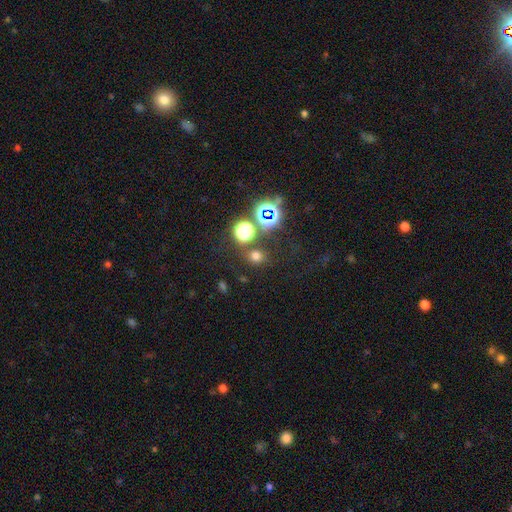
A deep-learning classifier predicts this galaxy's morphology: A smooth galaxy with no disk features (64%) that is round (78%). Merging: none (80%).